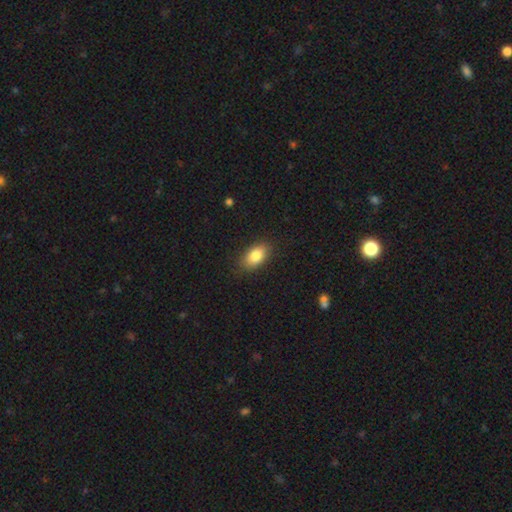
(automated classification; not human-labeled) Smooth or featured? smooth (84%)
How rounded? in between (90%)
Merging? none (86%)